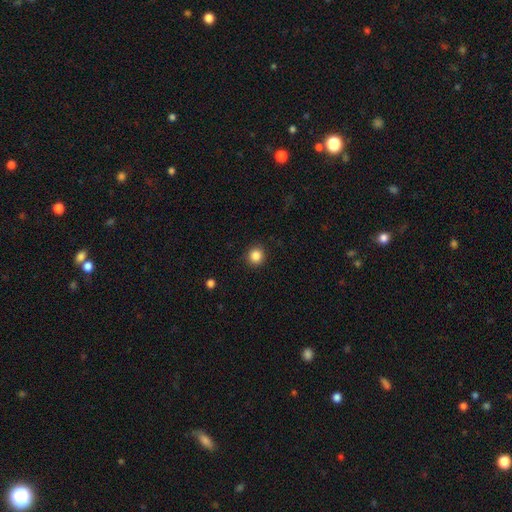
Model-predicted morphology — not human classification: Q: Smooth or featured?
A: smooth (86%); runner-up: star or artifact (10%)
Q: How rounded?
A: round (92%); runner-up: in between (7%)
Q: Merging?
A: none (91%); runner-up: minor disturbance (6%)